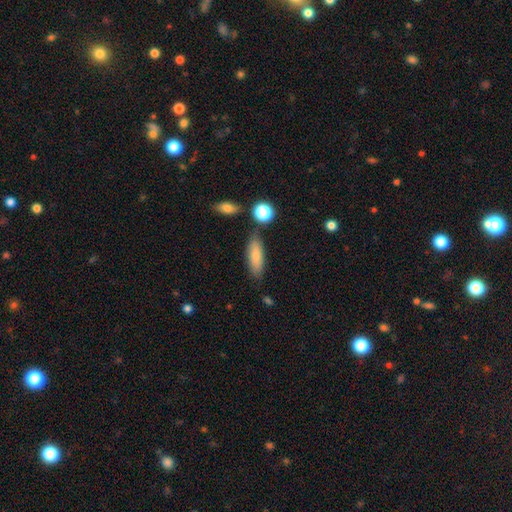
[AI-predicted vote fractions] Morphology: type=smooth (80%); roundness=in between (56%); merging=none (77%).